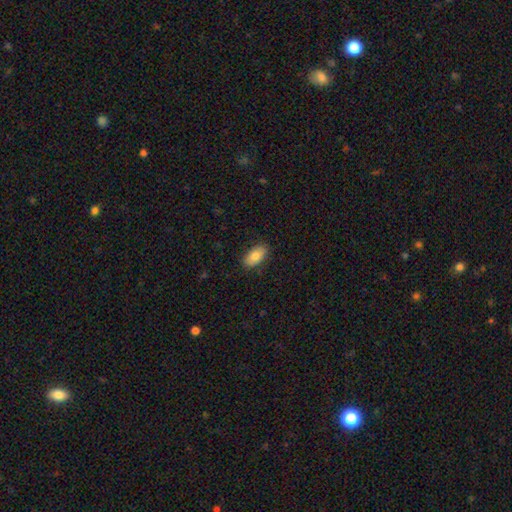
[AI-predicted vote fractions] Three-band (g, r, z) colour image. It shows a smooth galaxy with no disk features (82%) that is in between round and cigar-shaped (92%). Merging: none (87%).